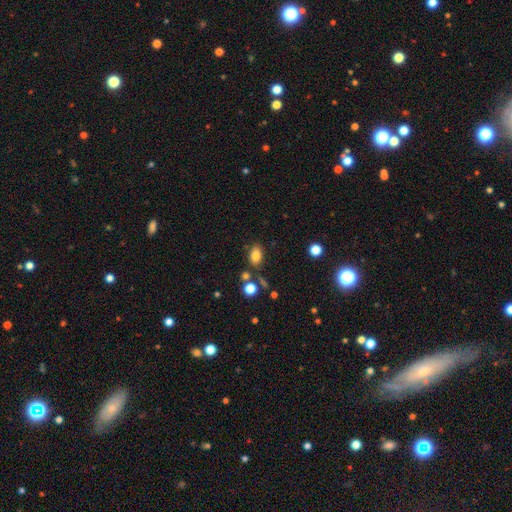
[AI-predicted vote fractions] smooth 80%, star or artifact 11%, featured or disk 8%. Down the decision tree: how rounded — in between (83%); merging — none (74%).